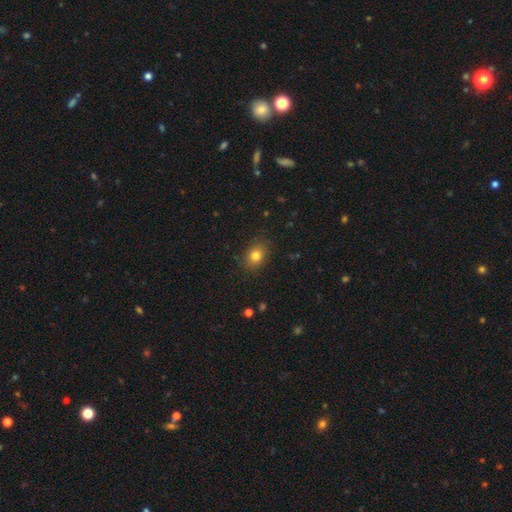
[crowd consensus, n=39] Smooth or featured? smooth (82%)
How rounded? round (50%, tied with in between)
Merging? none (89%)